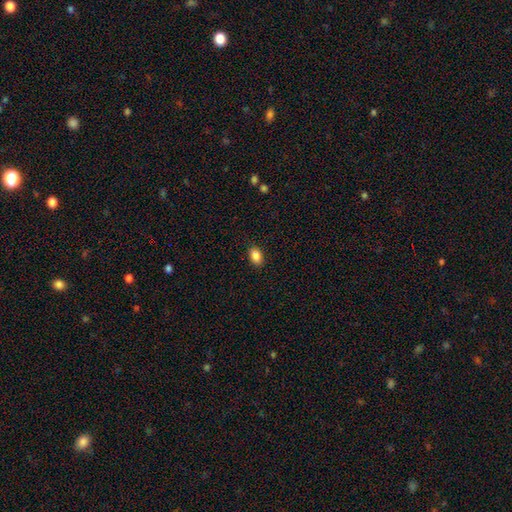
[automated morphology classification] smooth_or_featured: smooth (p=0.87) [alt: star or artifact p=0.09]
how_rounded: in between (p=0.83) [alt: round p=0.15]
merging: none (p=0.89) [alt: minor disturbance p=0.08]